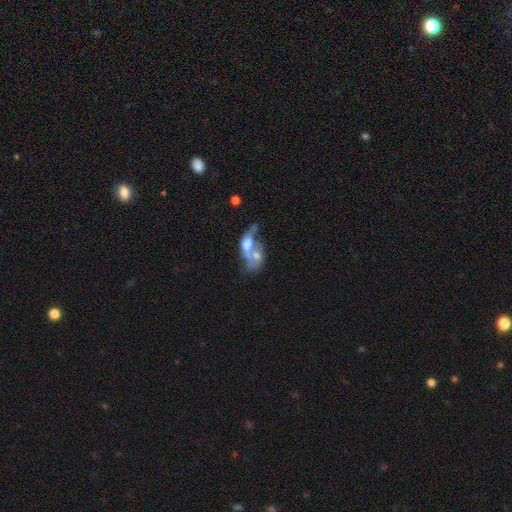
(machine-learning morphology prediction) Q: Smooth or featured?
A: featured or disk (49%); runner-up: smooth (40%)
Q: Merging?
A: merger (67%); runner-up: major disturbance (17%)